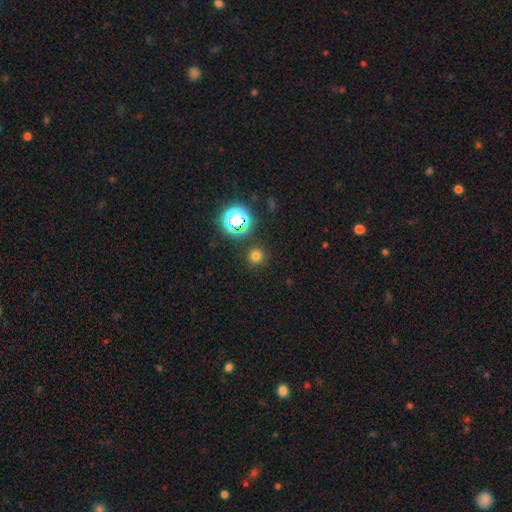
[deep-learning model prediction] This is likely a smooth galaxy (69%). How rounded: clearly round (93%). Merging: clearly none (88%).